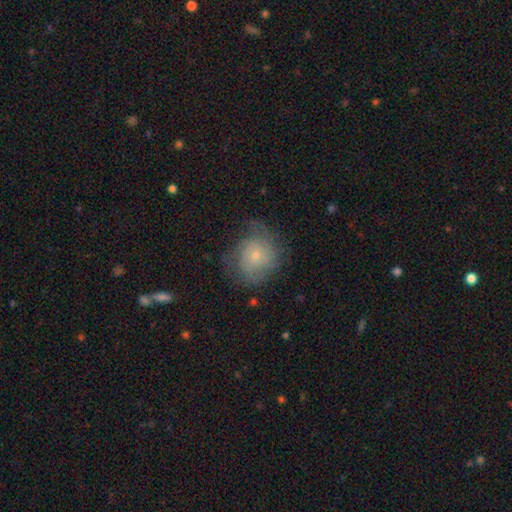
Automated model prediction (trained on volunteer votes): A smooth galaxy with no disk features (45%, tied with featured or disk).

Vote fractions:
- Smooth or featured? smooth: 45% (tied) / featured or disk: 45% (tied) / star or artifact: 9%
- Merging? none: 57% / minor disturbance: 25% / major disturbance: 16% / merger: 1%